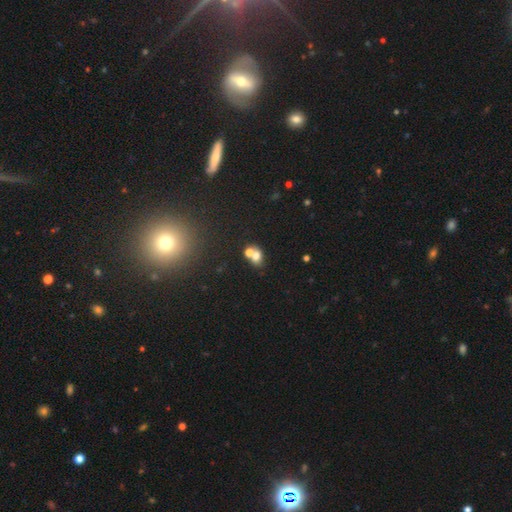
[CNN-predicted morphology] Smooth or featured: smooth — 68% (featured or disk — 17%)
How rounded: in between — 55% (round — 44%)
Merging: merger — 51% (none — 36%)